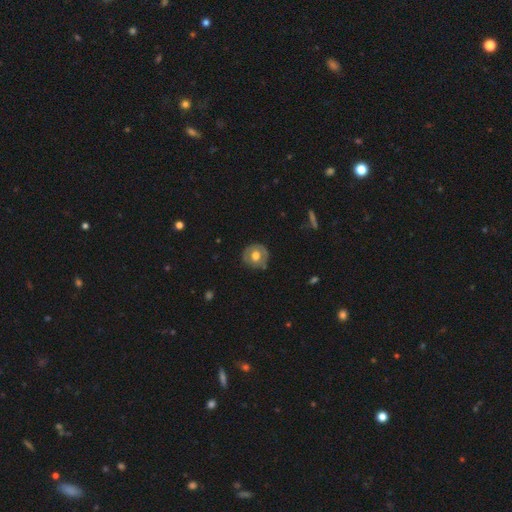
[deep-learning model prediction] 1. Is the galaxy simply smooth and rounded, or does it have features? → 55% smooth, 38% featured or disk, 7% star or artifact.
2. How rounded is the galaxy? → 88% round, 11% in between, 1% cigar-shaped.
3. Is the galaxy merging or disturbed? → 80% none, 15% minor disturbance, 4% major disturbance, 2% merger.